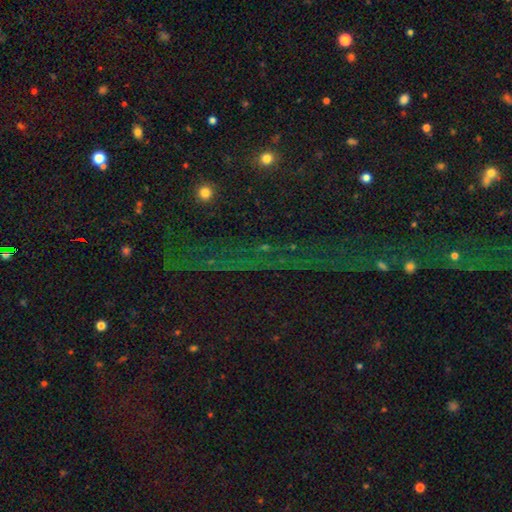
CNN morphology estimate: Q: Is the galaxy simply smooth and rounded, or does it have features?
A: star or artifact — 79%.